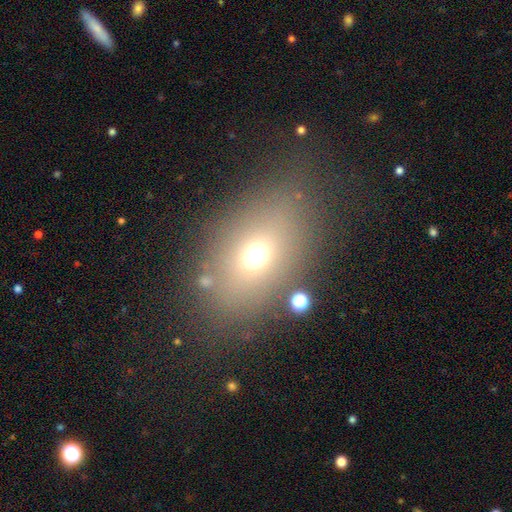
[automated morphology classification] smooth_or_featured: smooth (p=0.67) [alt: star or artifact p=0.18]
how_rounded: in between (p=0.71) [alt: round p=0.26]
merging: none (p=0.75) [alt: minor disturbance p=0.12]